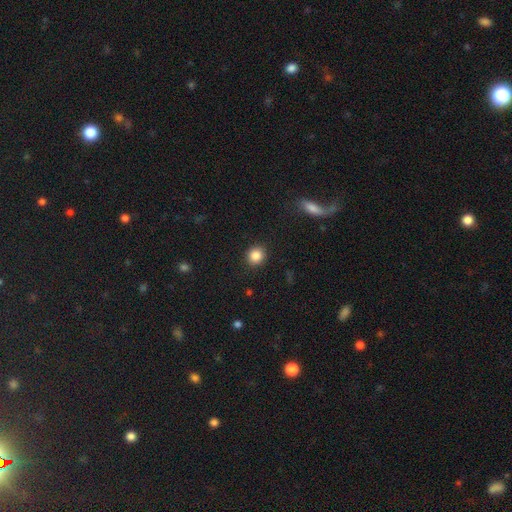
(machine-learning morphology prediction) Smooth or featured?
  - smooth: 86% *
  - star or artifact: 10%
  - featured or disk: 4%
How rounded?
  - round: 86% *
  - in between: 13%
  - cigar-shaped: 1%
Merging?
  - none: 90% *
  - minor disturbance: 7%
  - major disturbance: 2%
  - merger: 1%